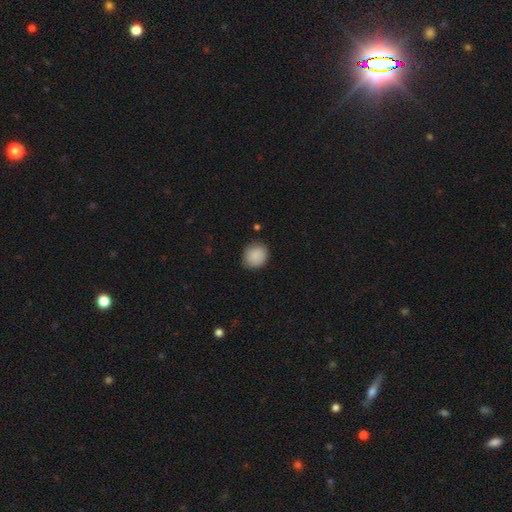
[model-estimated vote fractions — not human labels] Morphology: type=smooth (88%); roundness=round (76%); merging=none (82%).